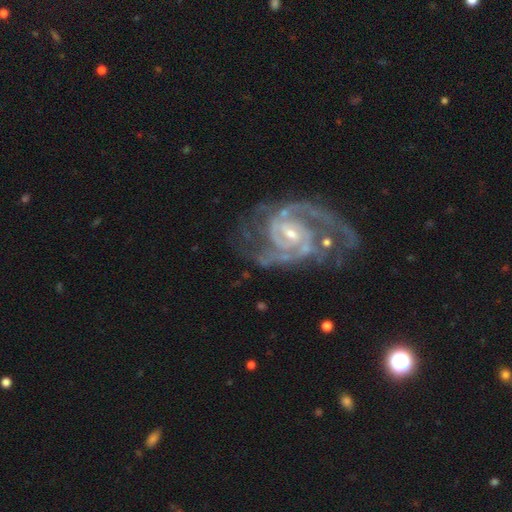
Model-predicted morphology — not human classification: smooth-or-featured: featured or disk: 91% | star or artifact: 6% | smooth: 3%
  disk-edge-on: no: 98% | yes: 2%
    bar: weak: 46% | no: 36% | strong: 18%
    has-spiral-arms: yes: 98% | no: 2%
      spiral-winding: medium: 54% | tight: 34% | loose: 12%
      spiral-arm-count: 2: 67% | 3: 12% | can't tell: 9% | 4: 4% | 1: 4% | more than 4: 4%
    bulge-size: small: 68% | moderate: 27% | none: 3% | large: 1% | dominant: 1%
  merging: none: 64% | minor disturbance: 18% | major disturbance: 14% | merger: 3%